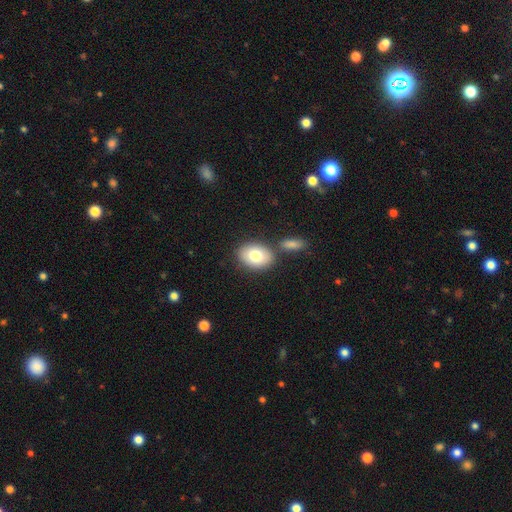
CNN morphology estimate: Q: Smooth or featured?
A: smooth (79%); runner-up: featured or disk (14%)
Q: How rounded?
A: in between (78%); runner-up: round (21%)
Q: Merging?
A: none (71%); runner-up: merger (15%)